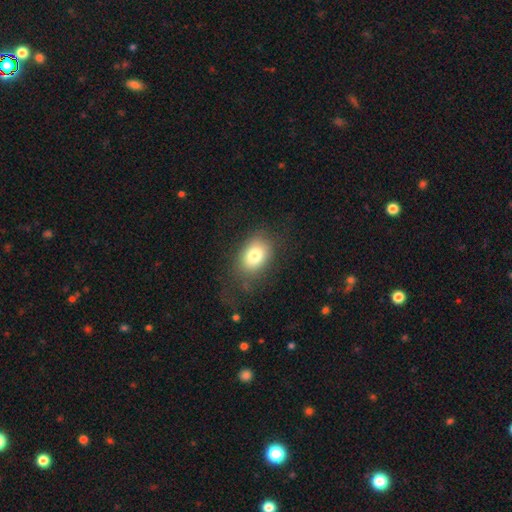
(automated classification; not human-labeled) Smooth or featured: smooth — 77% (featured or disk — 13%)
How rounded: in between — 72% (round — 27%)
Merging: none — 68% (minor disturbance — 19%)